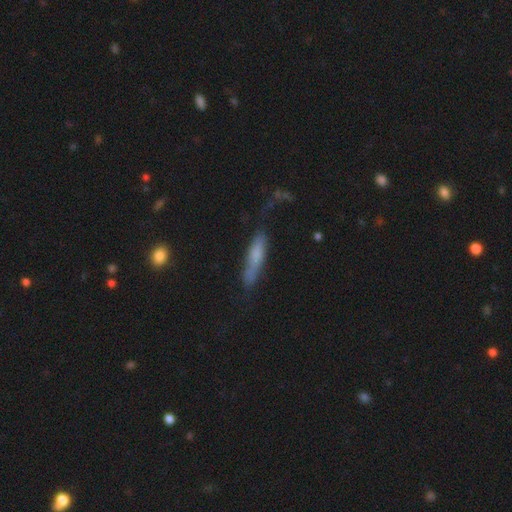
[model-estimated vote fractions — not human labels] Q: Smooth or featured?
A: smooth (62%); runner-up: featured or disk (29%)
Q: How rounded?
A: cigar-shaped (82%); runner-up: in between (15%)
Q: Merging?
A: none (51%); runner-up: minor disturbance (27%)